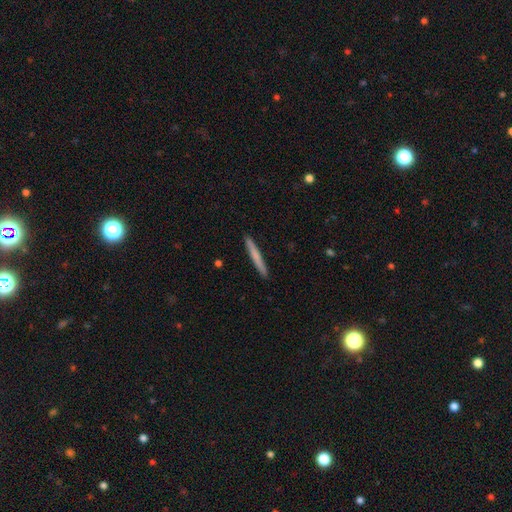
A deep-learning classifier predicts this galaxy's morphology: The model was most divided on "smooth or featured": smooth: 64%, featured or disk: 30%, star or artifact: 5%. More confident: how rounded — cigar-shaped (97%); merging — none (92%).